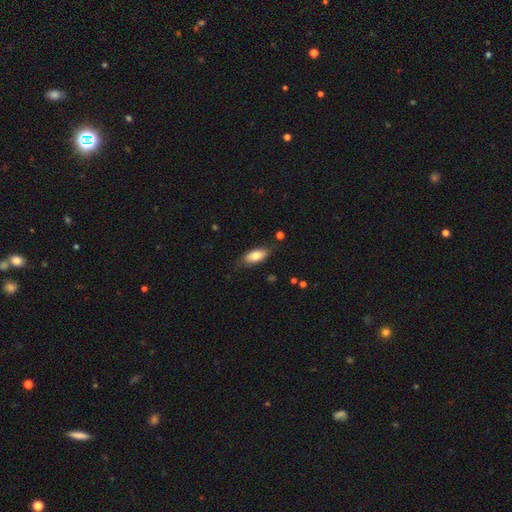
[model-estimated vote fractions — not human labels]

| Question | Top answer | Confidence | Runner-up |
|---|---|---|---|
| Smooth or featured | smooth | 76% | featured or disk (17%) |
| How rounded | in between | 86% | cigar-shaped (11%) |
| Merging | none | 77% | minor disturbance (18%) |